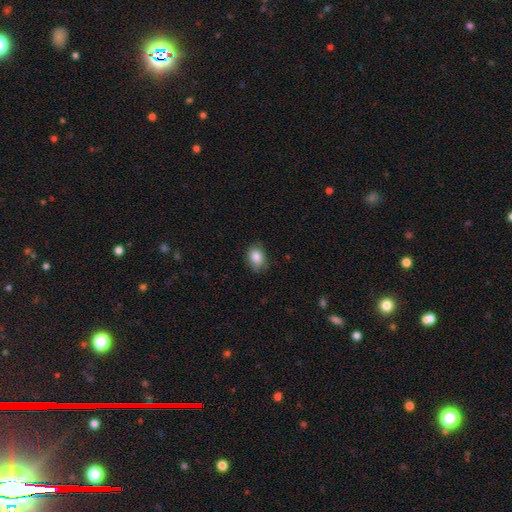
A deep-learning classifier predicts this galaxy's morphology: Smooth or featured? smooth (83%)
How rounded? in between (60%)
Merging? none (76%)